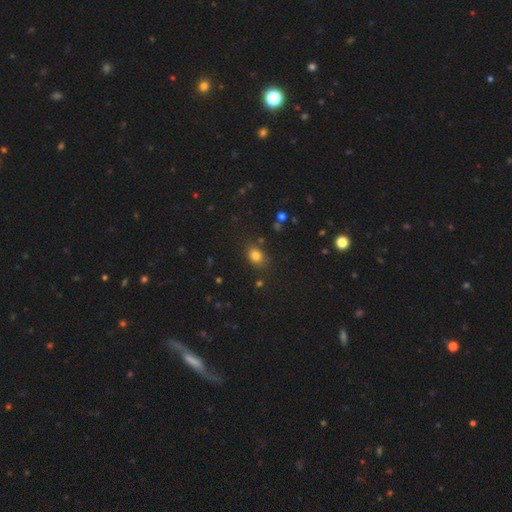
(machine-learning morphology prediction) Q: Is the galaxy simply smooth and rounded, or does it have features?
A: smooth — 79%.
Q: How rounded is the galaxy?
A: in between — 63%.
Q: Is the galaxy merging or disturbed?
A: none — 81%.